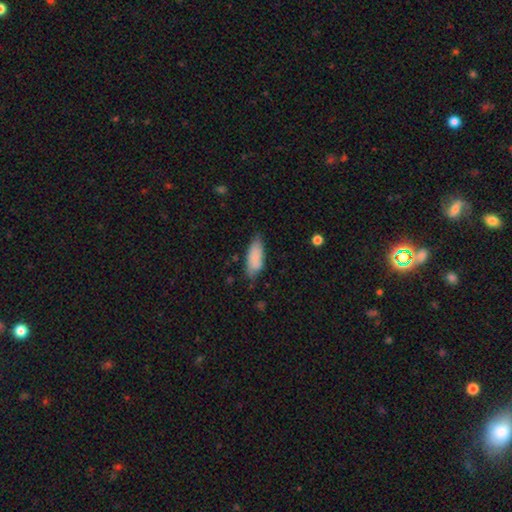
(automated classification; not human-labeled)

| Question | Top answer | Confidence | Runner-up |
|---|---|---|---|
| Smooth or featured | smooth | 82% | featured or disk (11%) |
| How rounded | in between | 79% | cigar-shaped (19%) |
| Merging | none | 66% | minor disturbance (27%) |